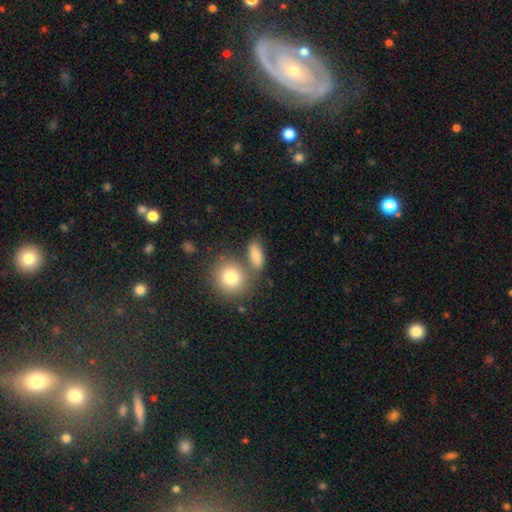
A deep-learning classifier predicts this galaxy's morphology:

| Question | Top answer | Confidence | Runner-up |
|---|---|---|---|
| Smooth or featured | smooth | 78% | featured or disk (12%) |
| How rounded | in between | 71% | round (21%) |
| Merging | none | 59% | merger (23%) |